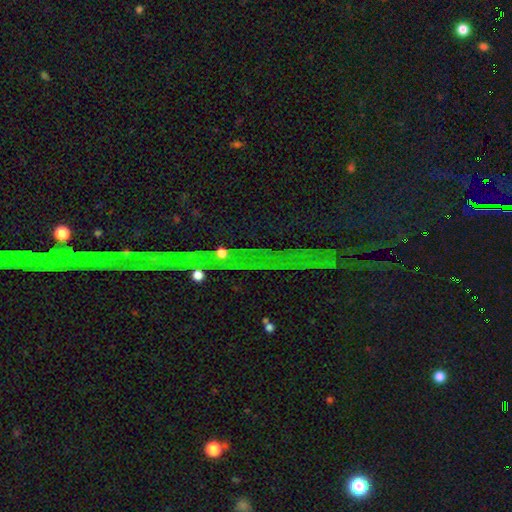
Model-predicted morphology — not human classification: Smooth or featured? Predicted: star or artifact (p=0.74).